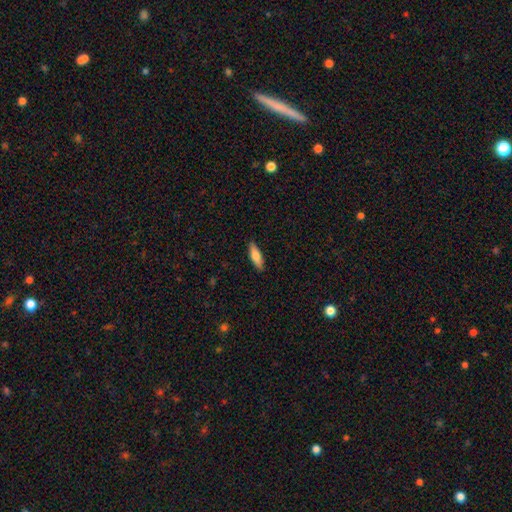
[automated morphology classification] Overall: smooth (70%). How rounded: cigar-shaped (51%; in between 47%). Merging: none (88%).